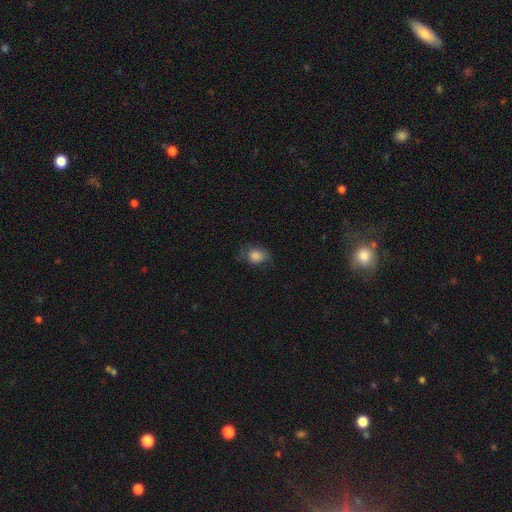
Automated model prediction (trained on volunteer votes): Smooth or featured: smooth — 81% (star or artifact — 10%)
How rounded: in between — 56% (round — 43%)
Merging: none — 59% (minor disturbance — 27%)